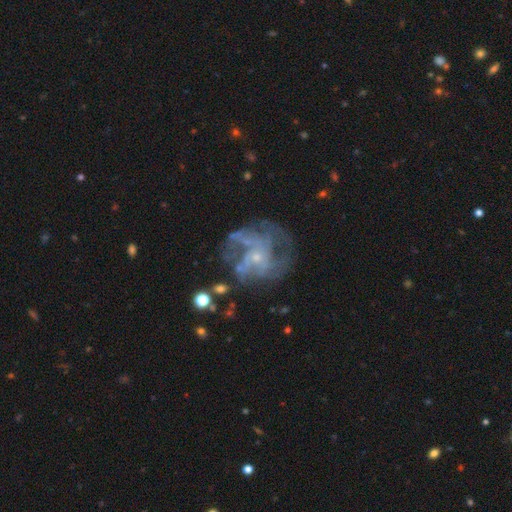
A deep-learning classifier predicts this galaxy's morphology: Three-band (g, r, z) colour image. It shows a featured or disk galaxy (76%) with no bar (75%), medium (42%) spiral arms (73%) and a small central bulge (73%). Merging: none (52%).